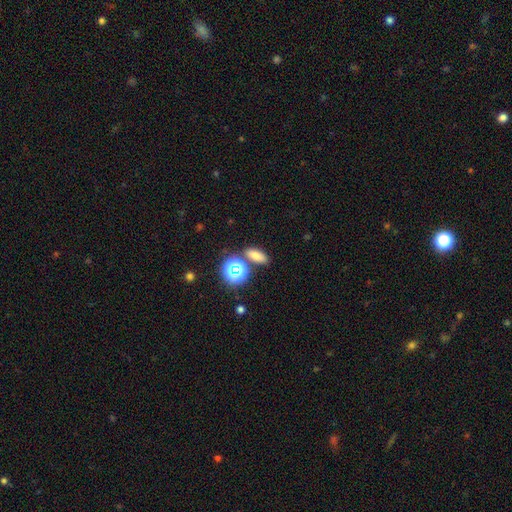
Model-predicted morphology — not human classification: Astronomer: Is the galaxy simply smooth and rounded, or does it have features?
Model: smooth — 70%.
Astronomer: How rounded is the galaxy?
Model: in between — 71%.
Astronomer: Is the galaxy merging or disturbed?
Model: none — 75%.